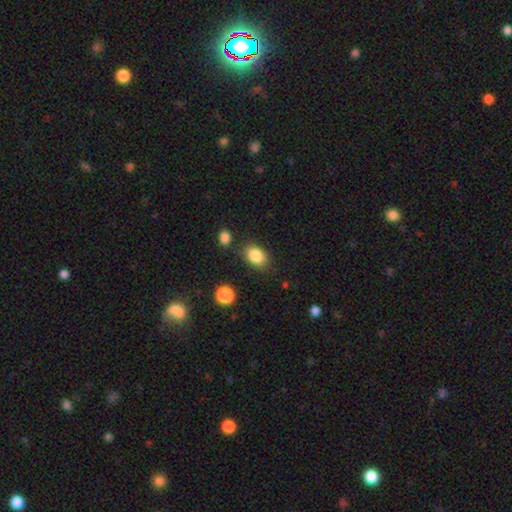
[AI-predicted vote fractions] This is clearly a smooth galaxy (85%). How rounded: likely in between (79%). Merging: likely none (78%).